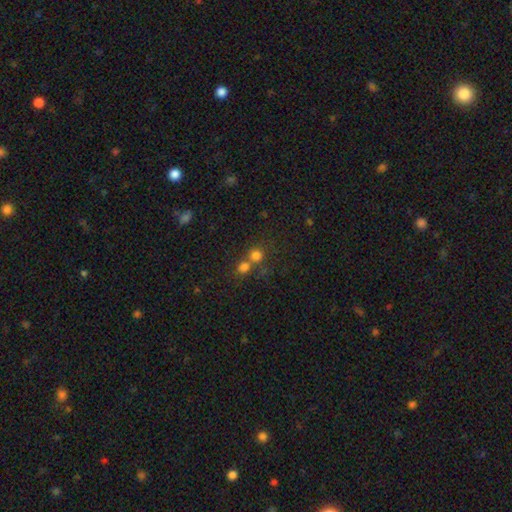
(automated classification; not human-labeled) Smooth or featured? Predicted: smooth (p=0.75). How rounded? Predicted: round (p=0.89). Merging? Predicted: none (p=0.48).